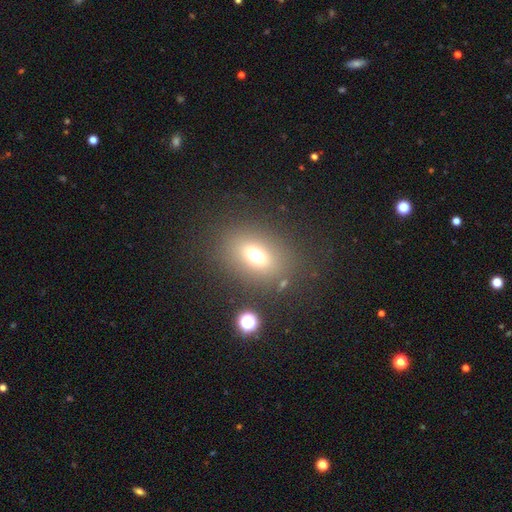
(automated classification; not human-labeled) Smooth or featured? smooth (67%)
How rounded? in between (62%)
Merging? none (80%)